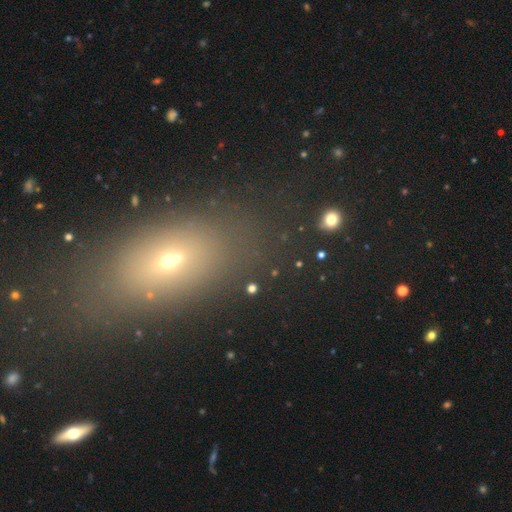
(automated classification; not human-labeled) Overall: smooth (52%; star or artifact 31%). How rounded: in between (69%). Merging: none (78%).